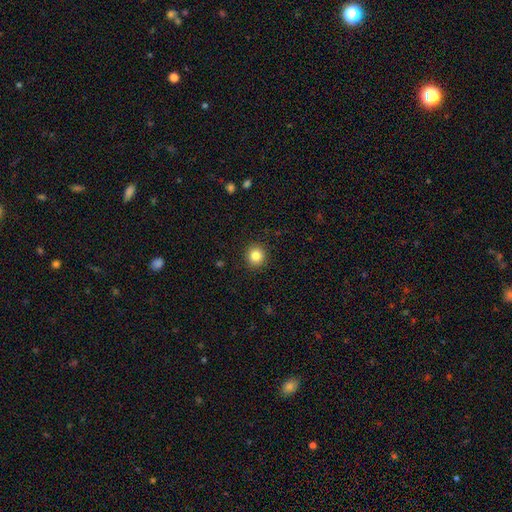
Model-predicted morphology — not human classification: Smooth or featured? Predicted: smooth (p=0.84). How rounded? Predicted: round (p=0.92). Merging? Predicted: none (p=0.92).